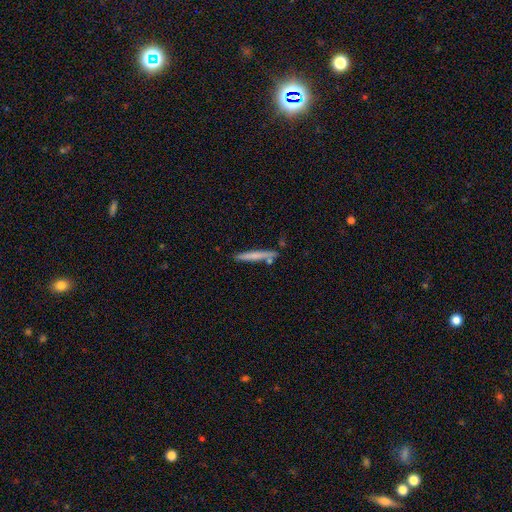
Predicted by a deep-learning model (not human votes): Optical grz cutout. It shows a smooth galaxy with no disk features (65%) that is cigar-shaped (96%). Merging: none (81%).